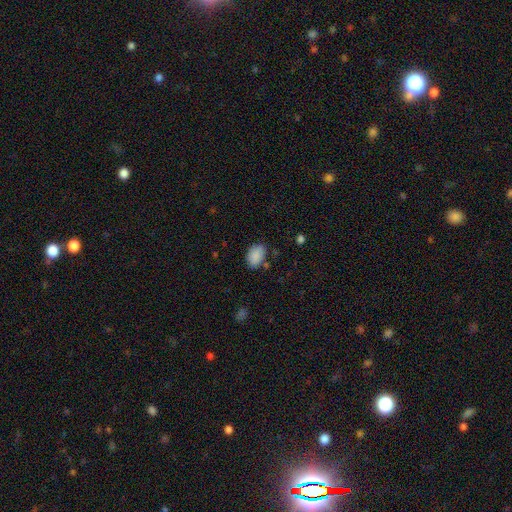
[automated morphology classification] A smooth galaxy with no disk features (88%) that is in between round and cigar-shaped (87%).

Vote fractions:
- Smooth or featured? smooth: 88% / star or artifact: 8% / featured or disk: 5%
- How rounded? in between: 87% / round: 12% / cigar-shaped: 1%
- Merging? none: 74% / minor disturbance: 18% / major disturbance: 4% / merger: 3%